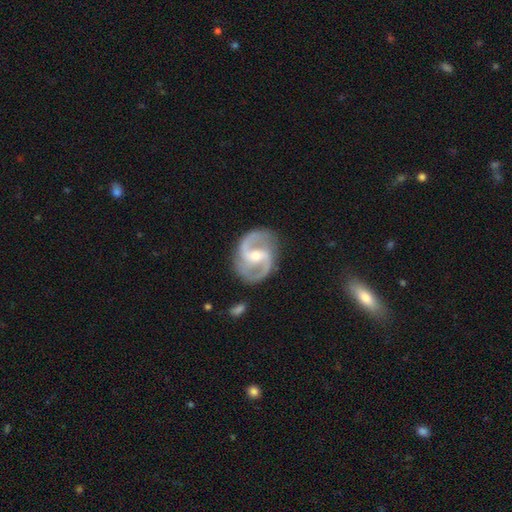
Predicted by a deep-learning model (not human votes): Q: Smooth or featured?
A: featured or disk (92%); runner-up: smooth (4%)
Q: Edge-on disk?
A: no (98%); runner-up: yes (2%)
Q: Bar?
A: weak (44%); runner-up: strong (36%)
Q: Spiral arms?
A: yes (98%); runner-up: no (2%)
Q: Spiral winding?
A: medium (62%); runner-up: loose (21%)
Q: Spiral arm count?
A: 2 (93%); runner-up: 3 (2%)
Q: Bulge size?
A: moderate (56%); runner-up: small (41%)
Q: Merging?
A: none (83%); runner-up: minor disturbance (12%)